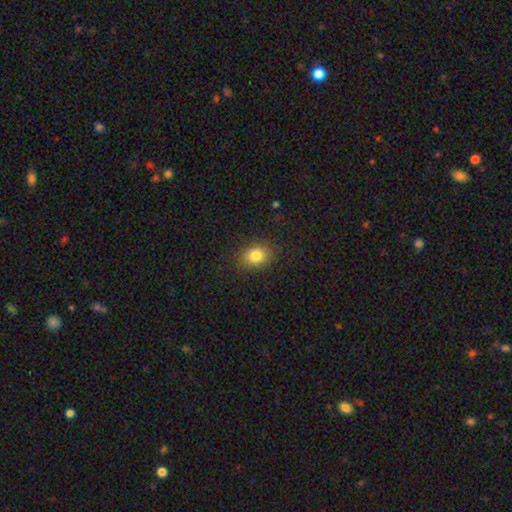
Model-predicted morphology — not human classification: smooth 82%, star or artifact 11%, featured or disk 8%. Down the decision tree: how rounded — in between (57%); merging — none (85%).